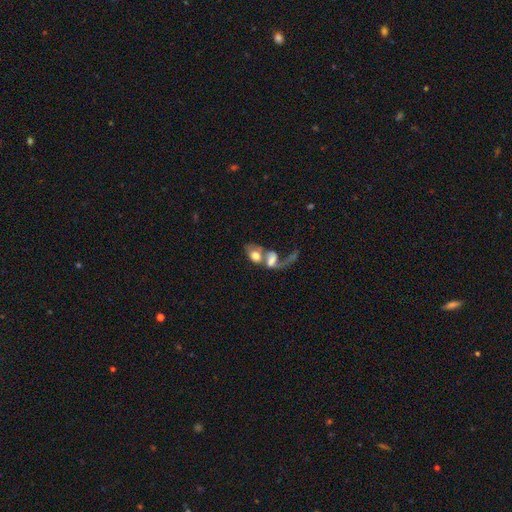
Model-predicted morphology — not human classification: smooth 55%, featured or disk 36%, star or artifact 9%. Down the decision tree: how rounded — in between (80%); merging — merger (66%).